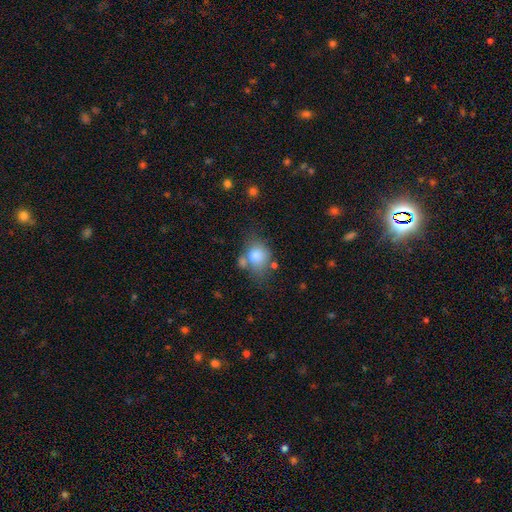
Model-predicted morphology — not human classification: The model was most divided on "how rounded": round: 54%, in between: 45%, cigar-shaped: 1%. Remaining: smooth or featured — smooth (76%); merging — none (45%).